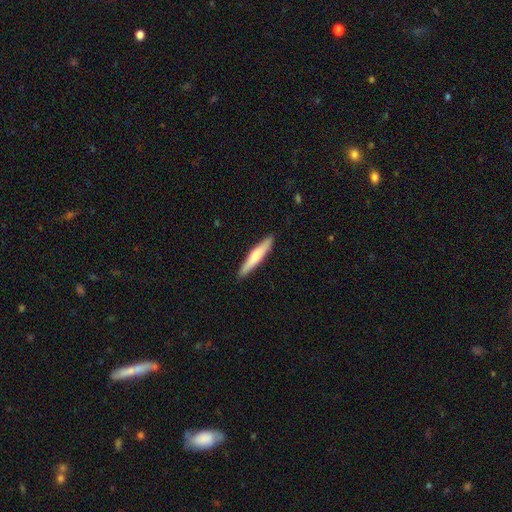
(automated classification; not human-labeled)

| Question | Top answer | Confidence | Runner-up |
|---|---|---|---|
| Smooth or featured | smooth | 64% | featured or disk (31%) |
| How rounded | cigar-shaped | 91% | in between (8%) |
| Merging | none | 90% | minor disturbance (7%) |